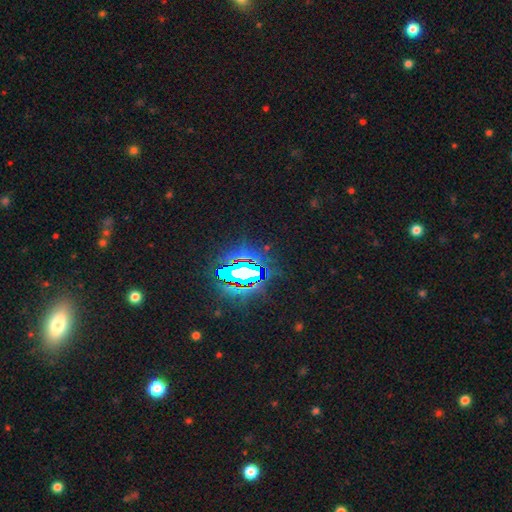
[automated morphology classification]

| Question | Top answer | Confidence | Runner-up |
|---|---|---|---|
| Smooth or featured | star or artifact | 81% | smooth (11%) |